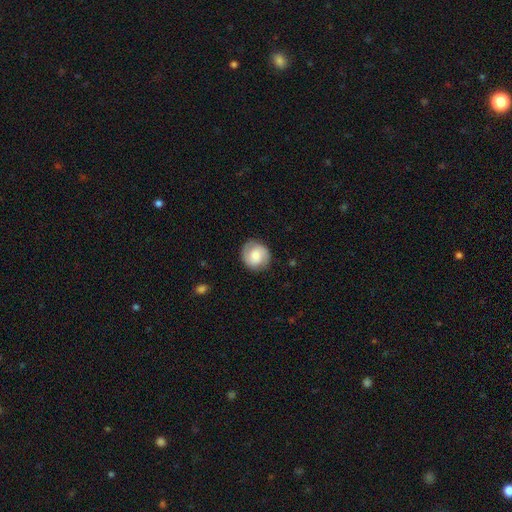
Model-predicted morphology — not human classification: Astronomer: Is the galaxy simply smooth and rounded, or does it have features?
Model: smooth — 60%.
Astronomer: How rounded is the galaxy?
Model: round — 86%.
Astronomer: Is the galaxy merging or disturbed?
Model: none — 82%.